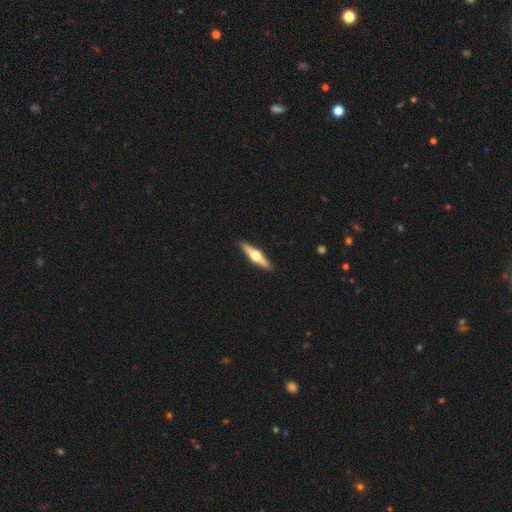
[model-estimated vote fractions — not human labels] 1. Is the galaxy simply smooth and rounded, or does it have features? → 68% featured or disk, 27% smooth, 5% star or artifact.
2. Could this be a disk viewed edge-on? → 97% yes, 3% no.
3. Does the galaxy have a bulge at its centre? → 96% rounded, 2% boxy, 2% none.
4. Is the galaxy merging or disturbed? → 92% none, 6% minor disturbance, 1% major disturbance, 1% merger.